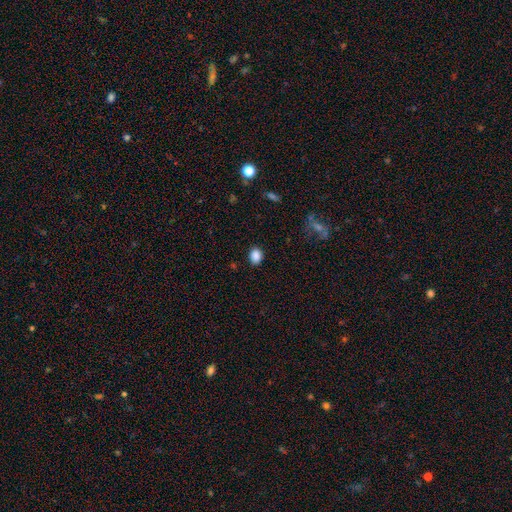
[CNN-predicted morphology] Smooth or featured? Predicted: smooth (p=0.87). How rounded? Predicted: in between (p=0.62). Merging? Predicted: none (p=0.86).